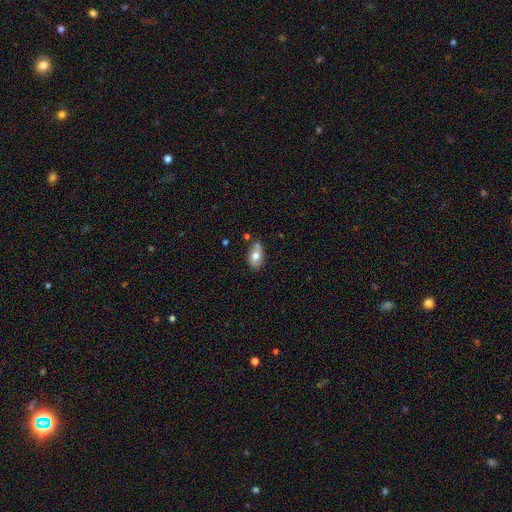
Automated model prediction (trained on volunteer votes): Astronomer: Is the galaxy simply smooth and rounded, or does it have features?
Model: smooth — 68%.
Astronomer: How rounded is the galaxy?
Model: in between — 88%.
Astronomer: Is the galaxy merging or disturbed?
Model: none — 59%.